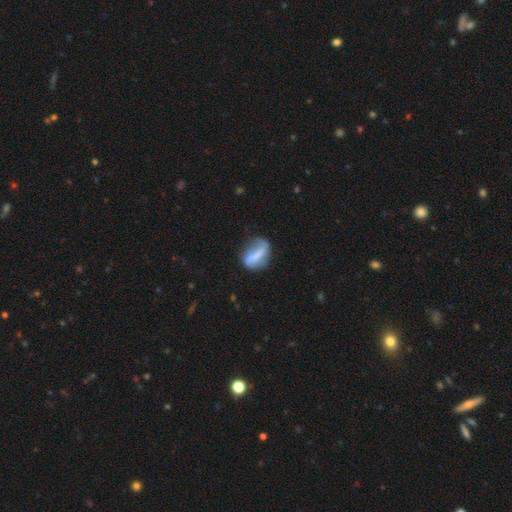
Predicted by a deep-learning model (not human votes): smooth-or-featured: featured or disk: 48% | smooth: 44% | star or artifact: 8%
  merging: none: 51% | minor disturbance: 28% | major disturbance: 16% | merger: 4%